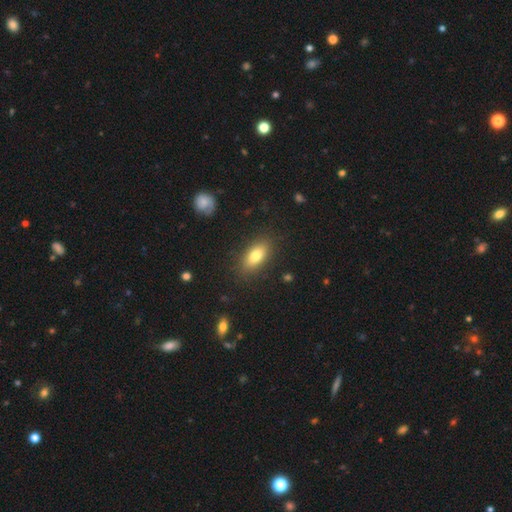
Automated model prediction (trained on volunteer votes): The model was most divided on "smooth or featured": smooth: 78%, featured or disk: 14%, star or artifact: 8%. More confident: merging — none (85%); how rounded — in between (85%).